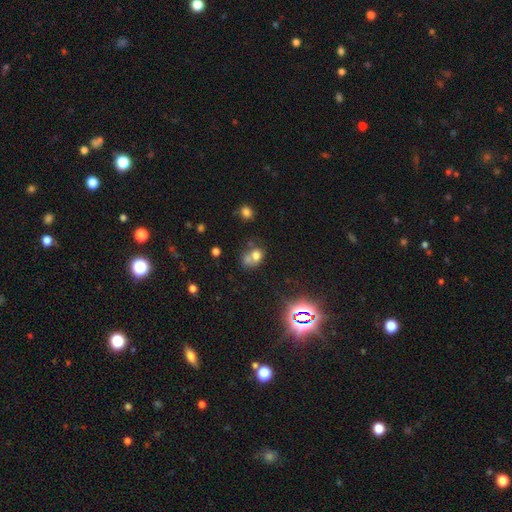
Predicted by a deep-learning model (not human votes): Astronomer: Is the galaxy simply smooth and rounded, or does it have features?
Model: smooth — 65%.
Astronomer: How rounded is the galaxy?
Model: in between — 50% (runner-up: round, 49%).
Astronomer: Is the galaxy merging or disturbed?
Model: merger — 49% (runner-up: none, 30%).